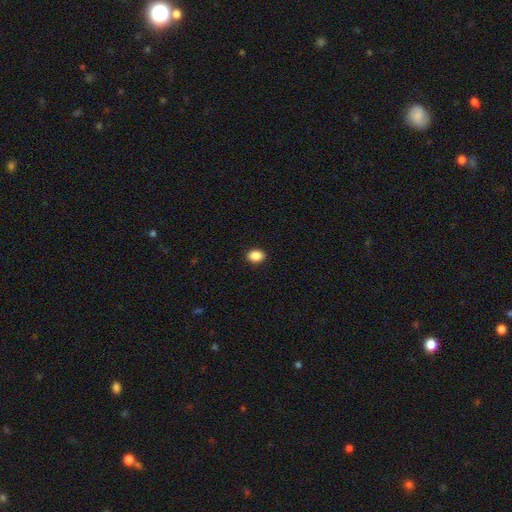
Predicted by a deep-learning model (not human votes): Smooth or featured? smooth (89%)
How rounded? in between (63%)
Merging? none (91%)